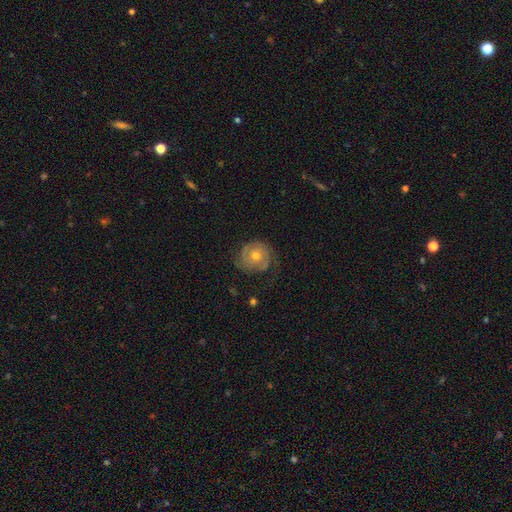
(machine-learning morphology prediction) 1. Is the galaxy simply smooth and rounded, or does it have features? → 76% featured or disk, 16% smooth, 8% star or artifact.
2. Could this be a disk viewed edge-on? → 98% no, 2% yes.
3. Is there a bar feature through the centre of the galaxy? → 81% no, 15% weak, 3% strong.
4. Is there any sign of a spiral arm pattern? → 92% yes, 8% no.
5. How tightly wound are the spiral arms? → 65% tight, 26% medium, 8% loose.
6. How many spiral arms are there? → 51% 2, 21% can't tell, 14% 3, 6% 1, 4% 4, 4% more than 4.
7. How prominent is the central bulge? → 66% moderate, 29% small, 3% large, 1% none, 1% dominant.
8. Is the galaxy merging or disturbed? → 73% none, 17% minor disturbance, 8% major disturbance, 1% merger.